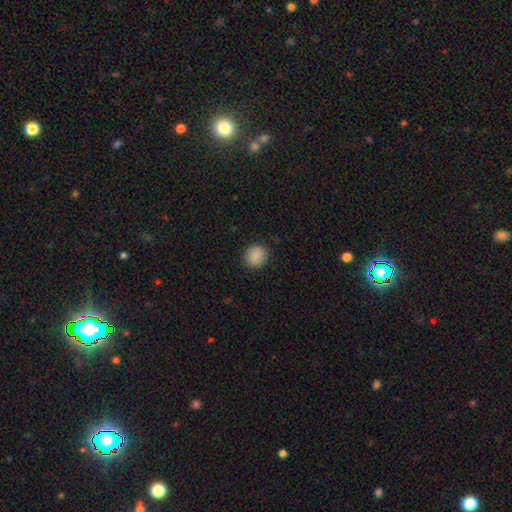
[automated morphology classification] A smooth galaxy with no disk features (88%) that is round (82%).

Vote fractions:
- Smooth or featured? smooth: 88% / star or artifact: 8% / featured or disk: 4%
- How rounded? round: 82% / in between: 17% / cigar-shaped: 1%
- Merging? none: 89% / minor disturbance: 8% / major disturbance: 2% / merger: 1%